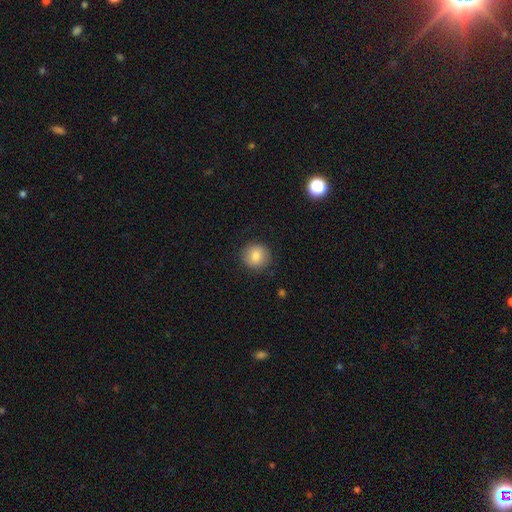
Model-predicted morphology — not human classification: smooth_or_featured: smooth (p=0.83) [alt: star or artifact p=0.09]
how_rounded: round (p=0.92) [alt: in between p=0.07]
merging: none (p=0.88) [alt: minor disturbance p=0.08]